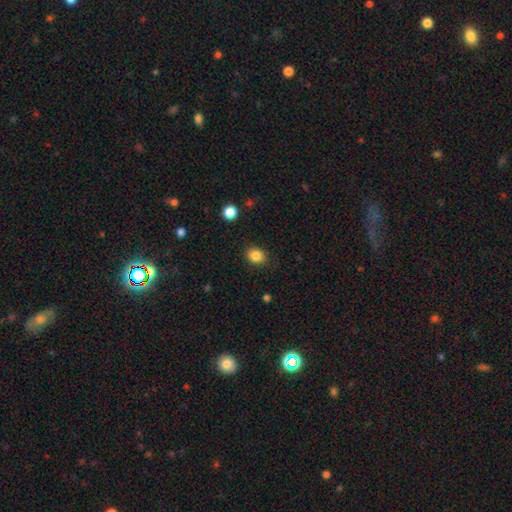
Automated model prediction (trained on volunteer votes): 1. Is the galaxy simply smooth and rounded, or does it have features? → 85% smooth, 10% star or artifact, 5% featured or disk.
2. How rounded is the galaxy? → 53% round, 46% in between, 1% cigar-shaped.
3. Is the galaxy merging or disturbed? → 86% none, 10% minor disturbance, 3% major disturbance, 1% merger.